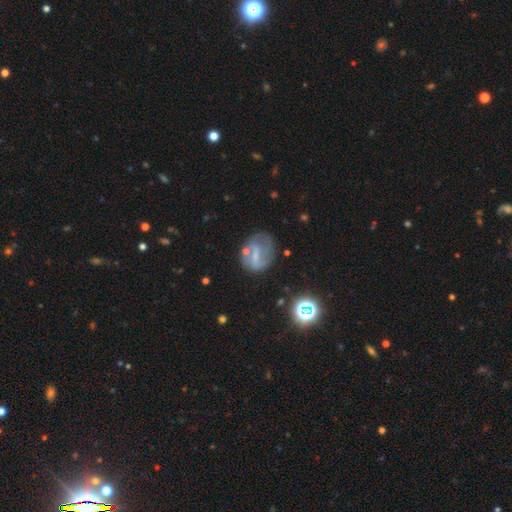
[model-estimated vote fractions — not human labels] This is possibly a featured or disk galaxy (52%). It is clearly not viewed edge-on (94%). Merging: possibly none (57%).